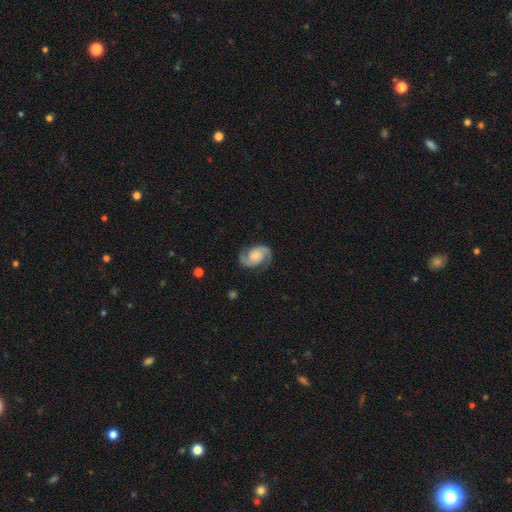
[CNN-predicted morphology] Overall: featured or disk (90%). Edge-on disk: no (98%). Bar: no (62%; weak 30%). Spiral arms: yes (98%). Spiral arm count: 2 (94%). Spiral winding: medium (56%; tight 28%). Bulge size: none (28%, tied with moderate). Merging: none (82%).